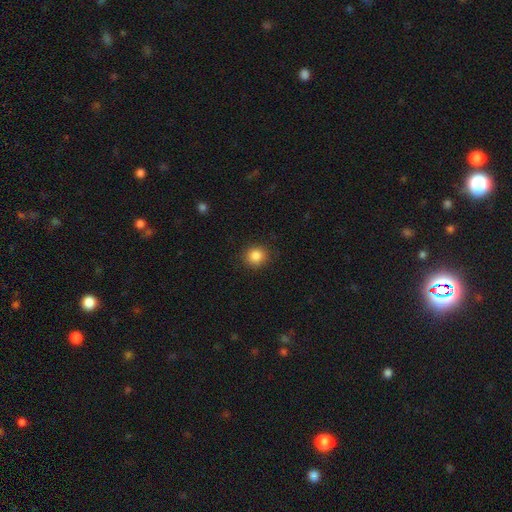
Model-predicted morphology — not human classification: Smooth or featured?
  - smooth: 86% *
  - star or artifact: 10%
  - featured or disk: 4%
How rounded?
  - round: 85% *
  - in between: 14%
  - cigar-shaped: 1%
Merging?
  - none: 89% *
  - minor disturbance: 8%
  - major disturbance: 2%
  - merger: 1%